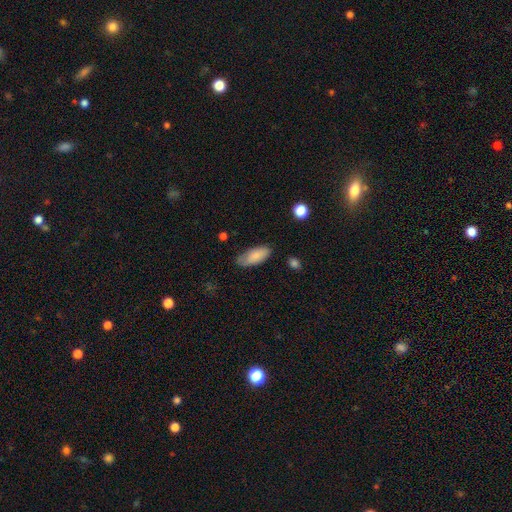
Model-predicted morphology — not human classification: type=smooth (81%); roundness=in between (87%); merging=none (68%).